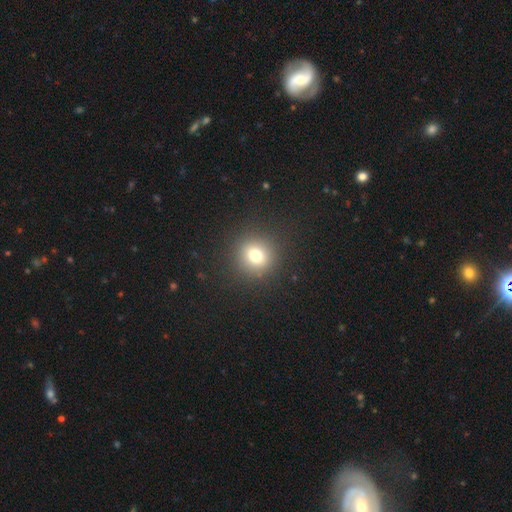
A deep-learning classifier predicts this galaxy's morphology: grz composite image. It shows a smooth galaxy with no disk features (75%) that is round (91%). Merging: none (90%).